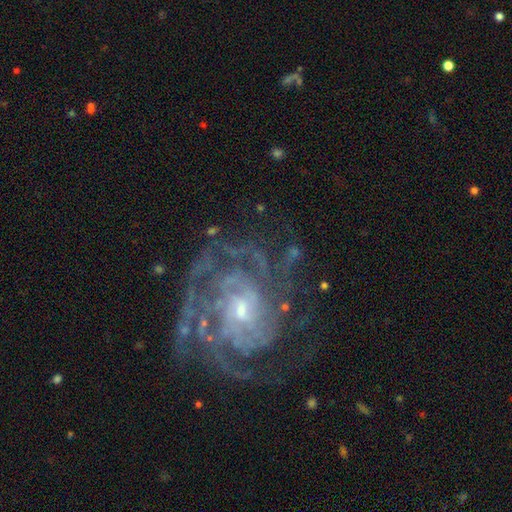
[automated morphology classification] Smooth or featured: featured or disk — 88% (star or artifact — 7%)
Edge-on disk: no — 97% (yes — 3%)
Bar: no — 54% (weak — 36%)
Spiral arms: yes — 95% (no — 5%)
Spiral winding: tight — 67% (medium — 27%)
Spiral arm count: can't tell — 32% (4 — 18%)
Bulge size: small — 67% (moderate — 28%)
Merging: none — 66% (minor disturbance — 17%)